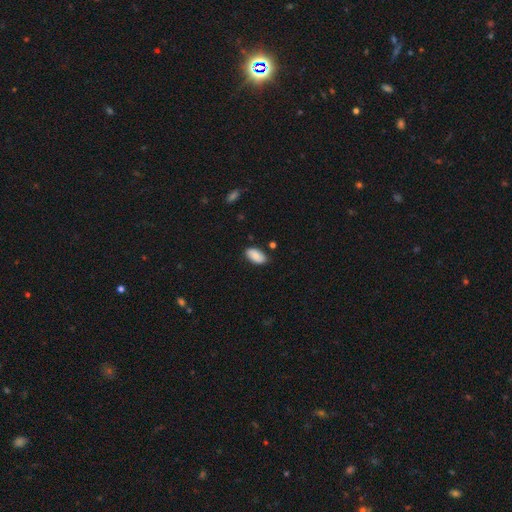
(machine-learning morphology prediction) A smooth galaxy with no disk features (79%) that is in between round and cigar-shaped (94%). Merging: none (78%).